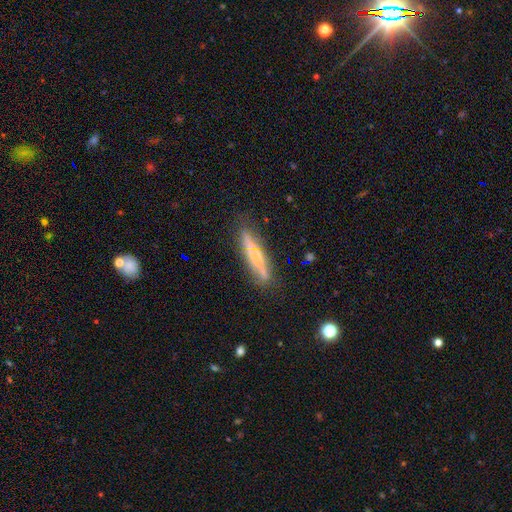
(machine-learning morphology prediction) featured or disk 58%, smooth 35%, star or artifact 7%. Down the decision tree: edge-on disk — yes (85%); merging — none (79%).